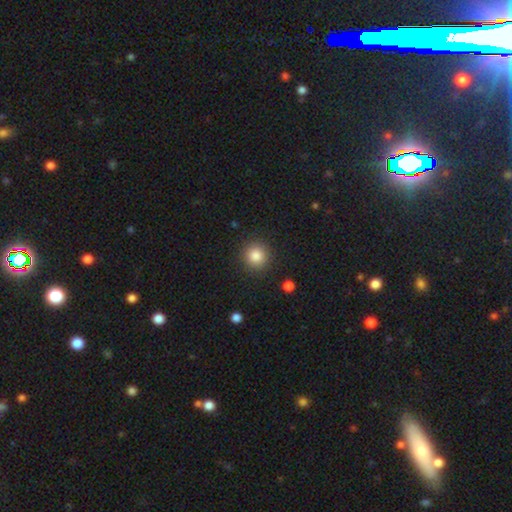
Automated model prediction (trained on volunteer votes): This is clearly a smooth galaxy (85%). How rounded: clearly round (93%). Merging: clearly none (90%).